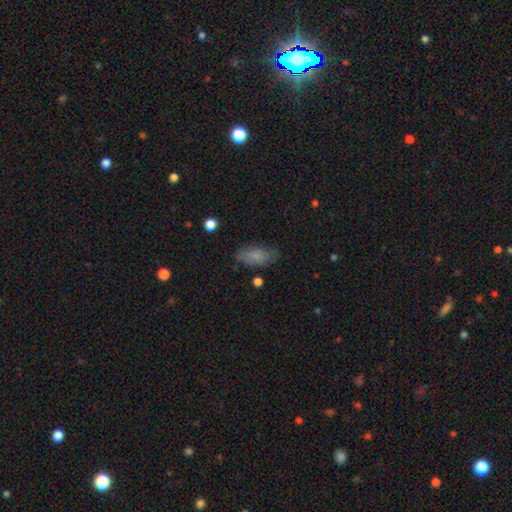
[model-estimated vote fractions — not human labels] The model was most divided on "merging": none: 76%, minor disturbance: 18%, major disturbance: 4%, merger: 2%. More confident: how rounded — in between (87%); smooth or featured — smooth (78%).